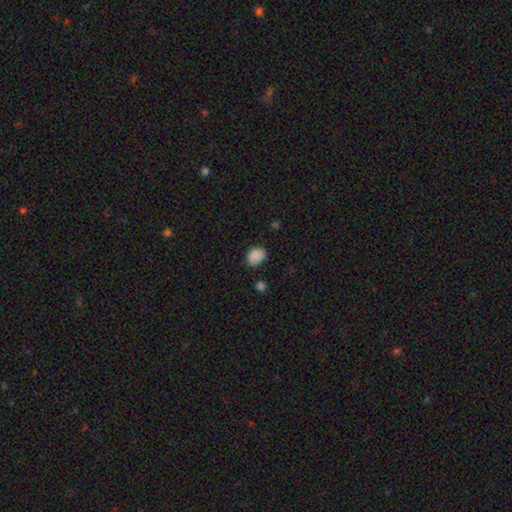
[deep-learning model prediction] Morphology: type=smooth (86%); roundness=in between (52%); merging=none (70%).